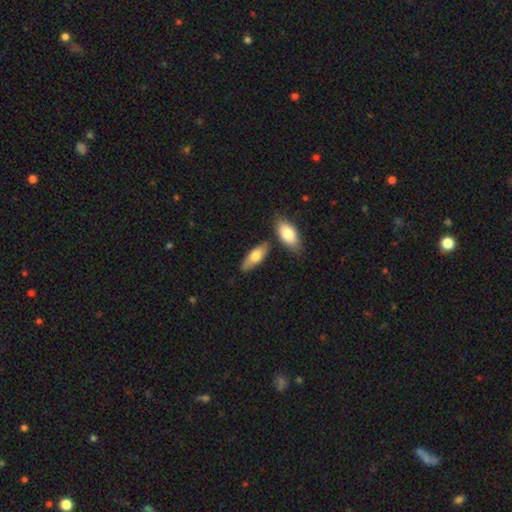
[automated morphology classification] This appears to be a smooth galaxy with no disk features (69%) that is in between round and cigar-shaped (69%). Merging: none (74%).